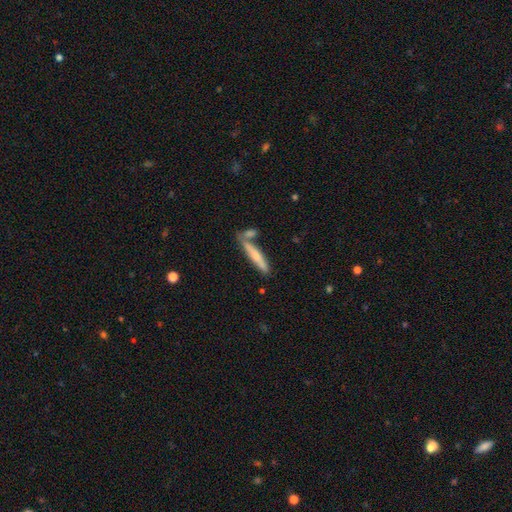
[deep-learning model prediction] A smooth galaxy with no disk features (55%) that is cigar-shaped (89%). Merging: none (65%).